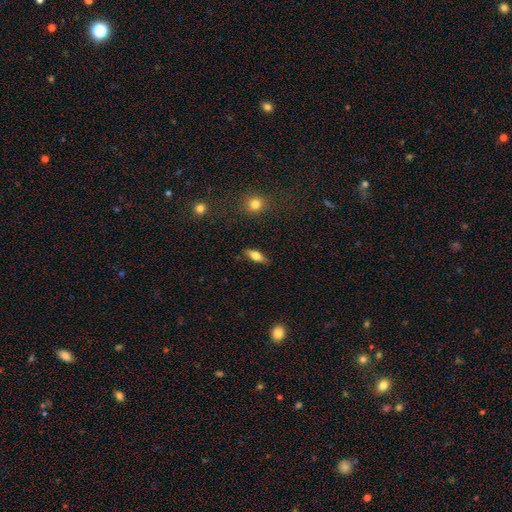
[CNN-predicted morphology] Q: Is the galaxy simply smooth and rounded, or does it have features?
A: smooth — 69%.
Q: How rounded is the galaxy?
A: in between — 71%.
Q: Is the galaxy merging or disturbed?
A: none — 83%.